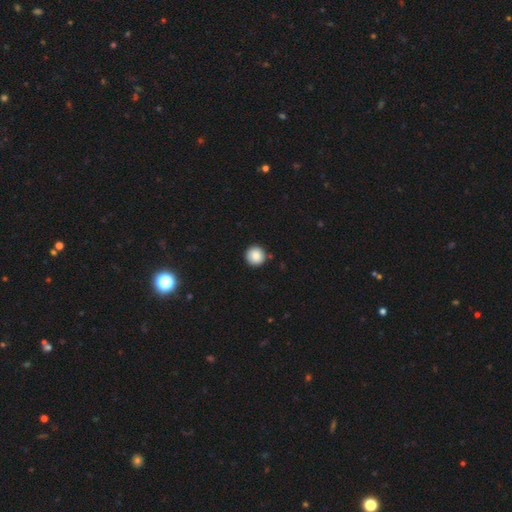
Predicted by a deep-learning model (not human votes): This appears to be a smooth galaxy with no disk features (87%) that is round (95%). Merging: none (90%).